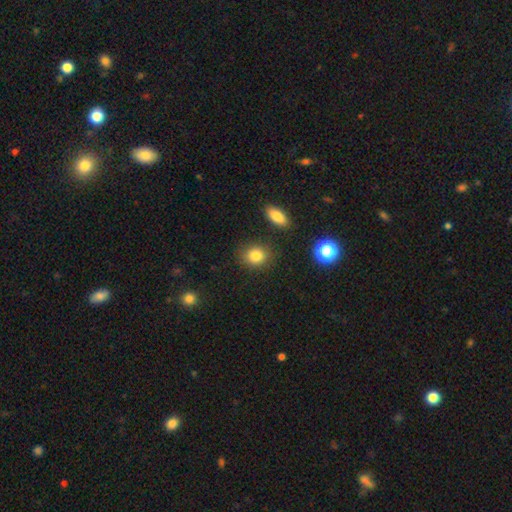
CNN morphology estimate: Smooth or featured?
  - smooth: 84% *
  - star or artifact: 10%
  - featured or disk: 5%
How rounded?
  - round: 66% *
  - in between: 32%
  - cigar-shaped: 1%
Merging?
  - none: 84% *
  - minor disturbance: 9%
  - merger: 3%
  - major disturbance: 3%